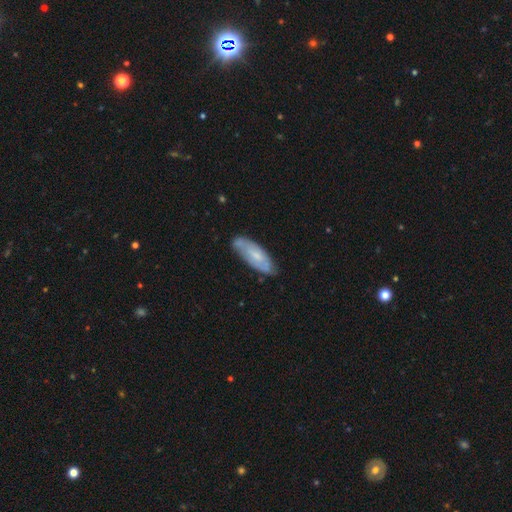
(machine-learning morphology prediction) smooth_or_featured: smooth (p=0.47) [alt: featured or disk p=0.46]
merging: none (p=0.71) [alt: minor disturbance p=0.22]